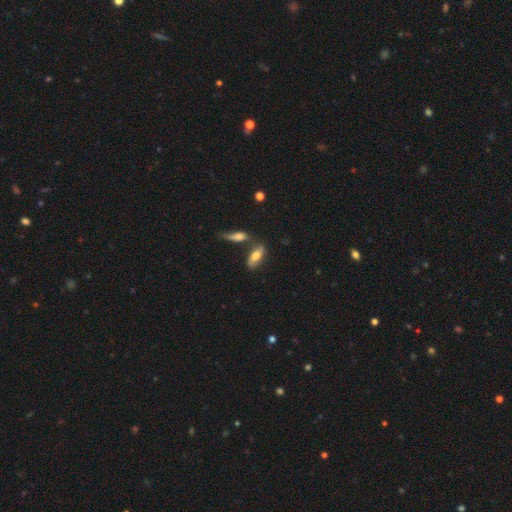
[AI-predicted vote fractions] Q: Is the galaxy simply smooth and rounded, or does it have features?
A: smooth — 62%.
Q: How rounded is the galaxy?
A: in between — 68%.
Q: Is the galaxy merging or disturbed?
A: none — 57%.